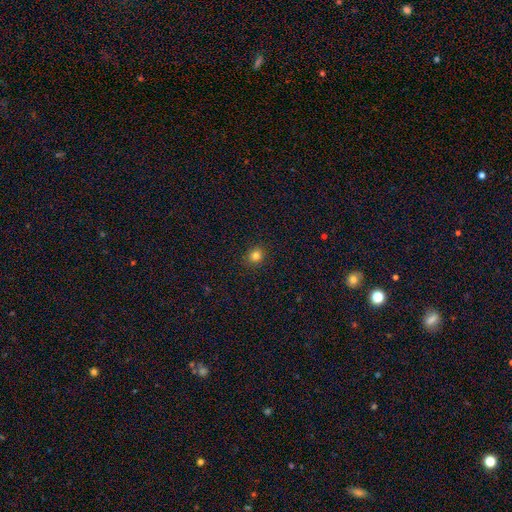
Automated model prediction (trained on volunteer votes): A smooth galaxy with no disk features (81%) that is round (83%). Merging: none (91%).